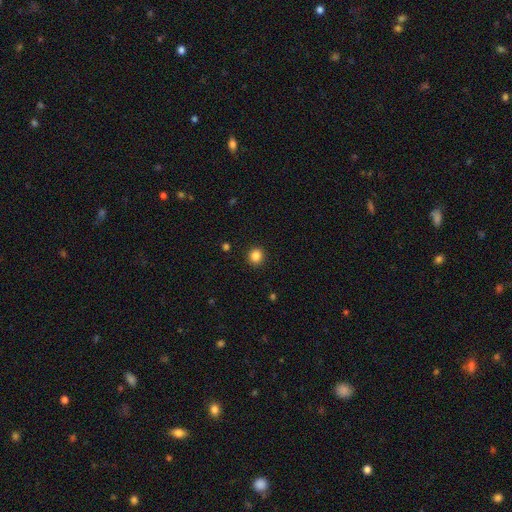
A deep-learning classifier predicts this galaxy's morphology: Smooth or featured? Predicted: smooth (p=0.86). How rounded? Predicted: round (p=0.87). Merging? Predicted: none (p=0.92).